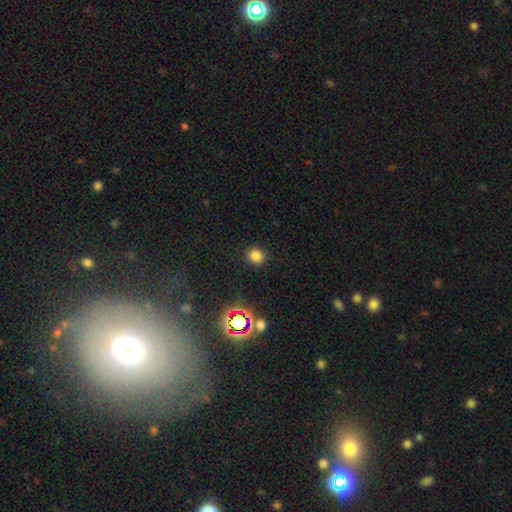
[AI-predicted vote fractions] This is likely a smooth galaxy (78%). How rounded: clearly round (82%). Merging: clearly none (89%).